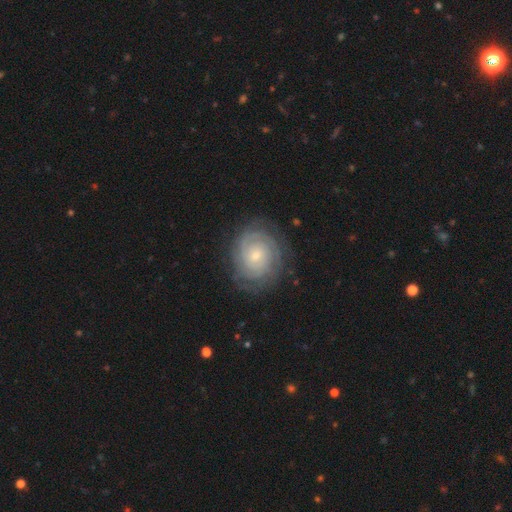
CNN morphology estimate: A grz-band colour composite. It shows a featured or disk galaxy (80%) with no bar (71%), tight (81%) spiral arms (96%) and a small central bulge (67%). Merging: none (80%).